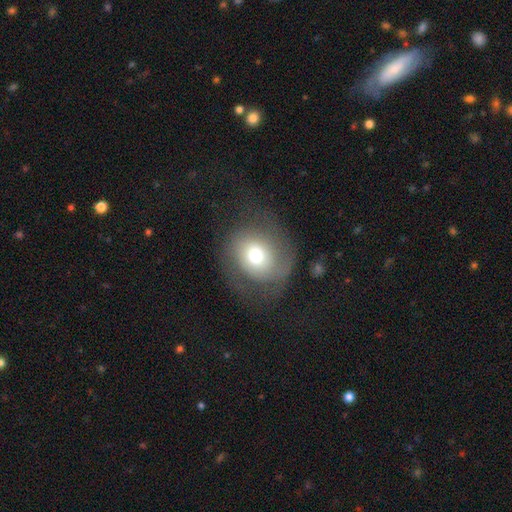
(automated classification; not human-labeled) Q: Smooth or featured?
A: smooth (51%); runner-up: featured or disk (39%)
Q: How rounded?
A: round (78%); runner-up: in between (21%)
Q: Merging?
A: none (60%); runner-up: major disturbance (20%)